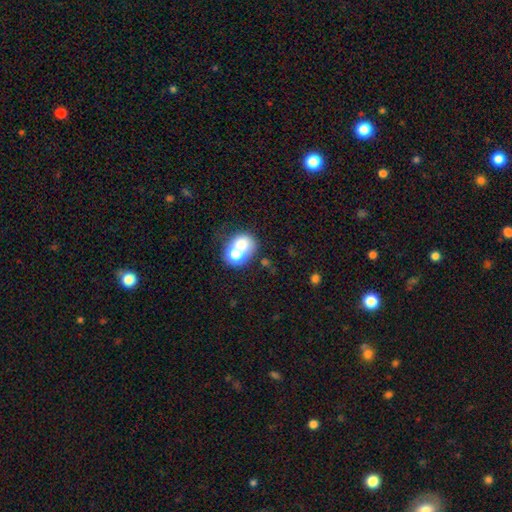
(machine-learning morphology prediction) Smooth or featured?
  - smooth: 60% *
  - star or artifact: 21%
  - featured or disk: 20%
How rounded?
  - round: 50% *
  - in between: 47%
  - cigar-shaped: 3%
Merging?
  - merger: 49% *
  - none: 36%
  - minor disturbance: 9%
  - major disturbance: 6%